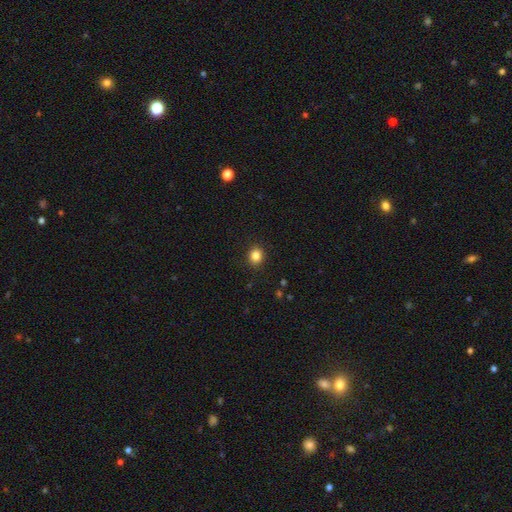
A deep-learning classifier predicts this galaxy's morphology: Overall: smooth (84%). How rounded: round (73%). Merging: none (91%).